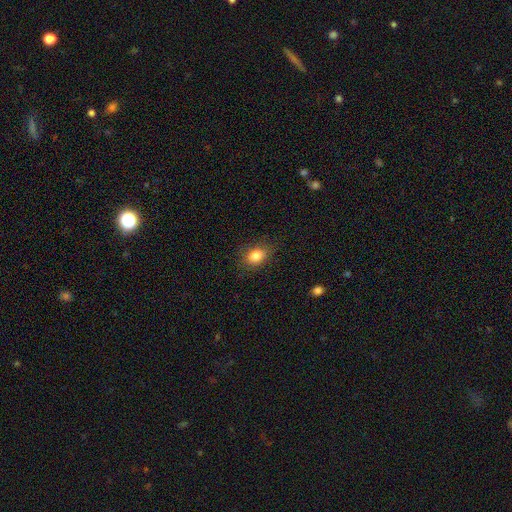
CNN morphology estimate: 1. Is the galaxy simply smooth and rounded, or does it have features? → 83% smooth, 10% star or artifact, 7% featured or disk.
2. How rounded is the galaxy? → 66% in between, 32% round, 2% cigar-shaped.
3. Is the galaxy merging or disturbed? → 83% none, 12% minor disturbance, 3% major disturbance, 1% merger.